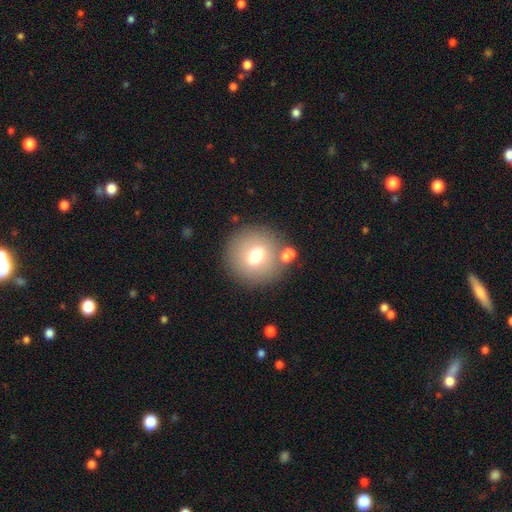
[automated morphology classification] This appears to be a smooth galaxy with no disk features (69%) that is round (92%). Merging: none (81%).